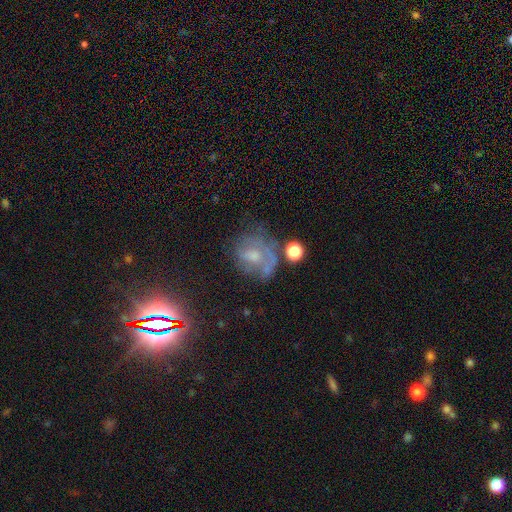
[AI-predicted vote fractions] smooth_or_featured: featured or disk (p=0.48) [alt: smooth p=0.31]
merging: none (p=0.43) [alt: major disturbance p=0.25]